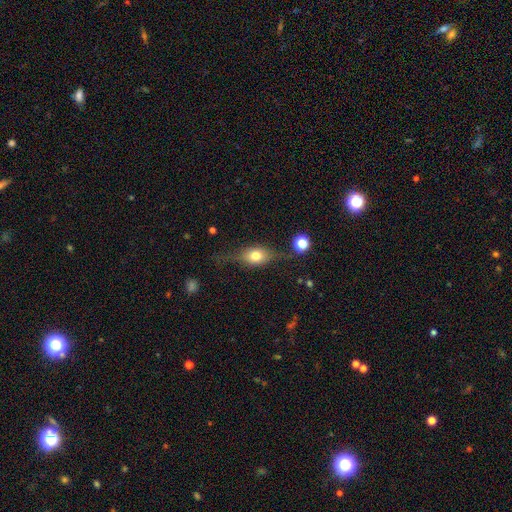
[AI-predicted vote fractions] Smooth or featured: smooth — 52% (featured or disk — 39%)
How rounded: in between — 60% (round — 27%)
Merging: none — 61% (minor disturbance — 23%)